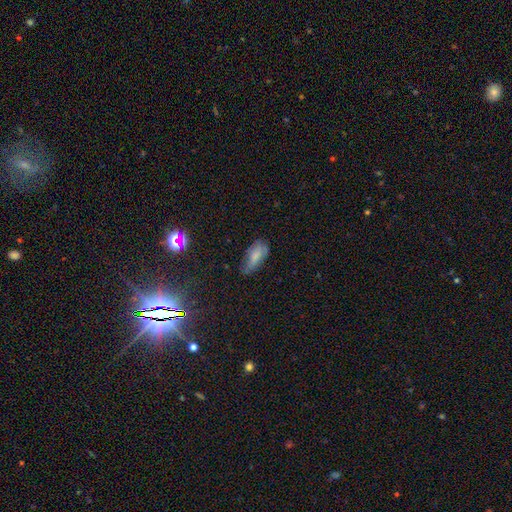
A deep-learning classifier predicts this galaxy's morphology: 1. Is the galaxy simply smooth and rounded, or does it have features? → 71% smooth, 17% featured or disk, 11% star or artifact.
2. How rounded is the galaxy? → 84% in between, 13% cigar-shaped, 3% round.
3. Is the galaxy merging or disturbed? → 49% none, 36% minor disturbance, 13% major disturbance, 2% merger.